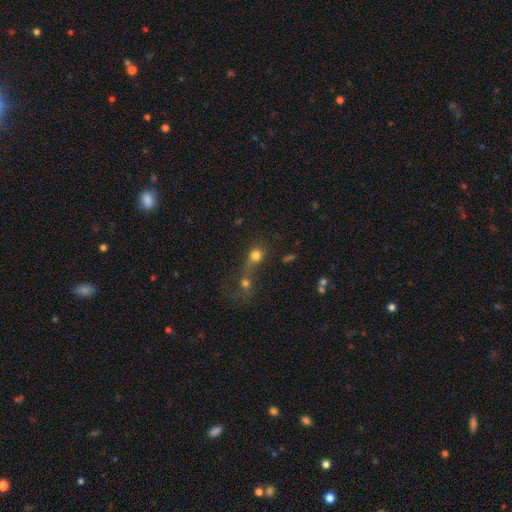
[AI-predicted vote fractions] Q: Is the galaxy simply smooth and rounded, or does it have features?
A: smooth — 76%.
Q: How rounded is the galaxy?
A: round — 81%.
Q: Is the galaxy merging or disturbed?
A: merger — 54%.